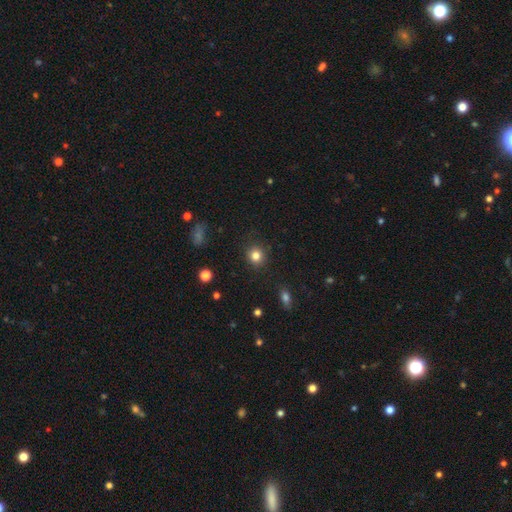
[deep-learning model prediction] smooth-or-featured: smooth: 83% | star or artifact: 11% | featured or disk: 6%
  how-rounded: round: 87% | in between: 12% | cigar-shaped: 1%
  merging: none: 89% | minor disturbance: 8% | major disturbance: 3% | merger: 1%